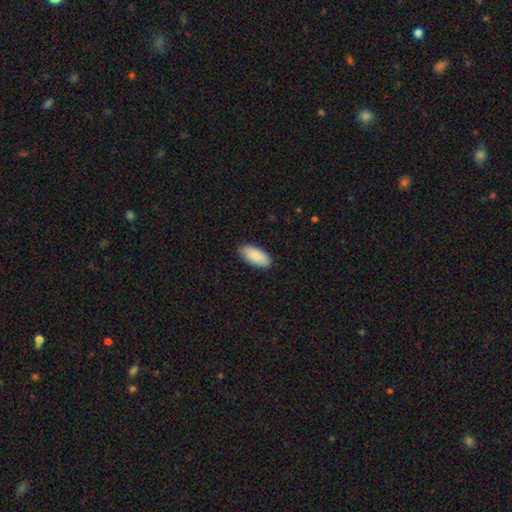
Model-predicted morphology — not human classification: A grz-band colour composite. It shows a smooth galaxy with no disk features (88%) that is in between round and cigar-shaped (92%). Merging: none (88%).